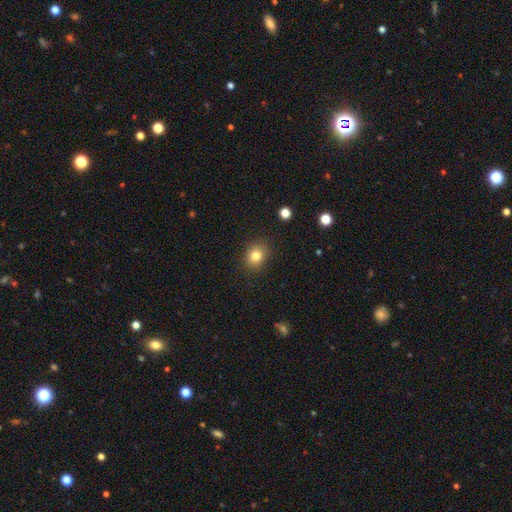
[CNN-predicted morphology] A smooth galaxy with no disk features (82%) that is round (54%). Merging: none (87%).